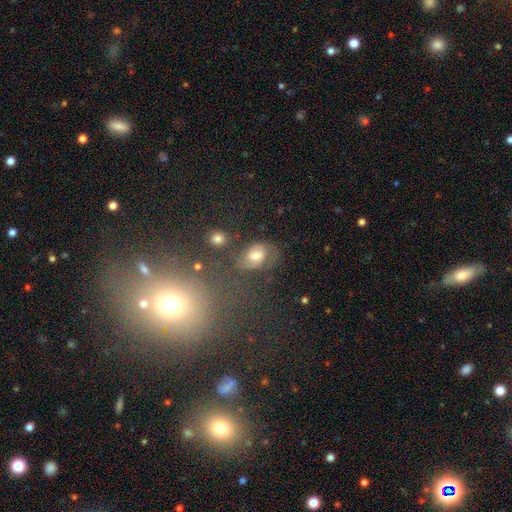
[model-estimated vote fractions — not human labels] This appears to be a smooth galaxy with no disk features (45%). Merging: none (57%).